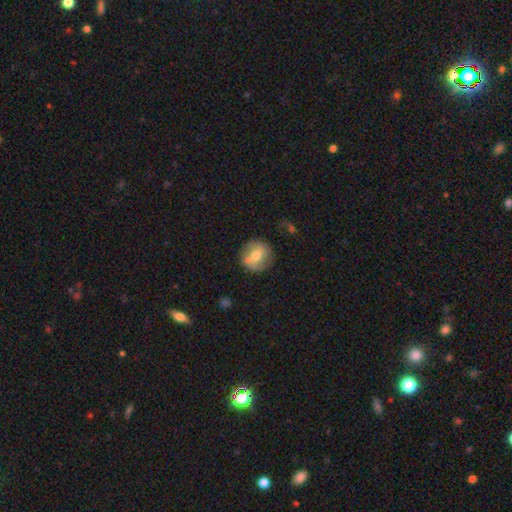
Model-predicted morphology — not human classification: This is possibly a smooth galaxy (58%). How rounded: clearly round (88%). Merging: likely none (67%).